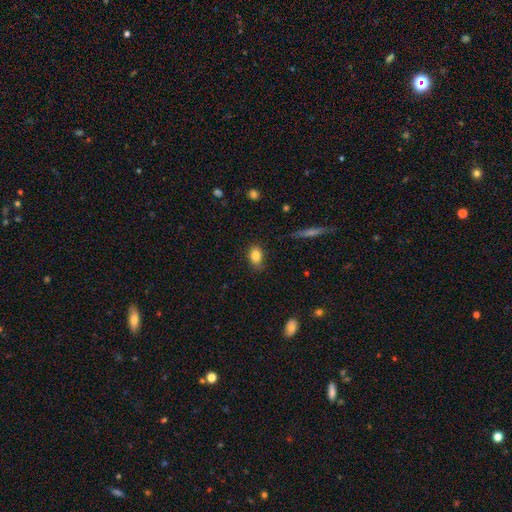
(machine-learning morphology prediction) type=smooth (83%); roundness=in between (75%); merging=none (76%).